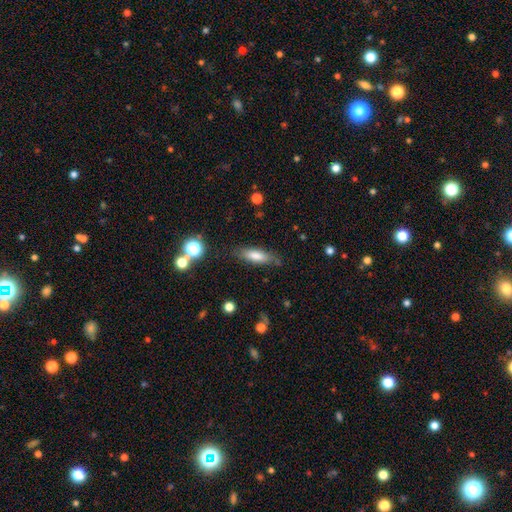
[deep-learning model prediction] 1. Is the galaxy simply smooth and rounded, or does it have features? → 75% smooth, 17% featured or disk, 8% star or artifact.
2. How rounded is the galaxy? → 51% in between, 46% cigar-shaped, 2% round.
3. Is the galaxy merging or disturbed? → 76% none, 16% minor disturbance, 4% major disturbance, 3% merger.